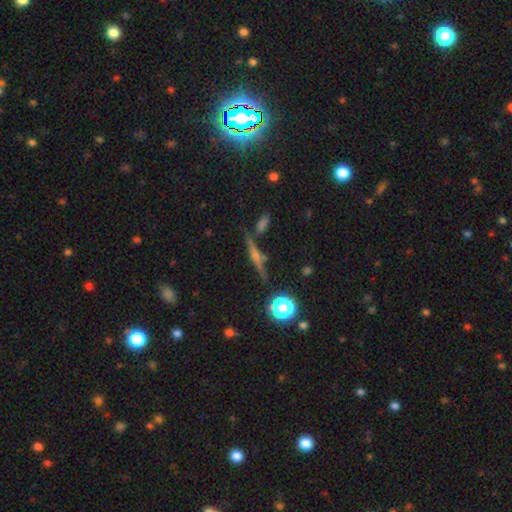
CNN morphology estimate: smooth-or-featured: featured or disk: 58% | smooth: 23% | star or artifact: 19%
  disk-edge-on: yes: 94% | no: 6%
    edge-on-bulge: rounded: 71% | none: 16% | boxy: 12%
  merging: none: 78% | minor disturbance: 10% | merger: 9% | major disturbance: 4%